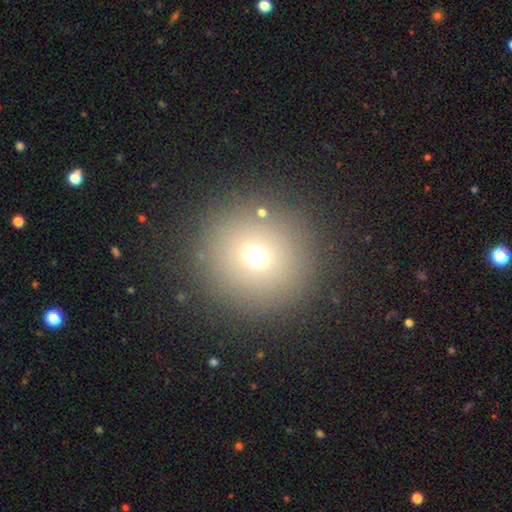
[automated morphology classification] smooth-or-featured: smooth: 68% | star or artifact: 20% | featured or disk: 12%
  how-rounded: round: 94% | in between: 5% | cigar-shaped: 1%
  merging: none: 89% | minor disturbance: 6% | major disturbance: 3% | merger: 2%